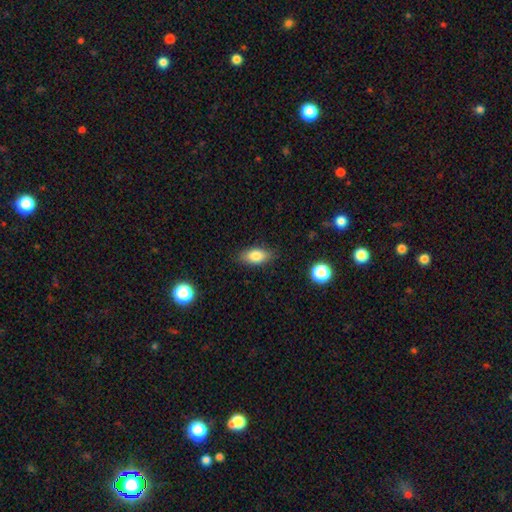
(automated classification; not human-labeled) A smooth galaxy with no disk features (82%) that is in between round and cigar-shaped (88%). Merging: none (84%).